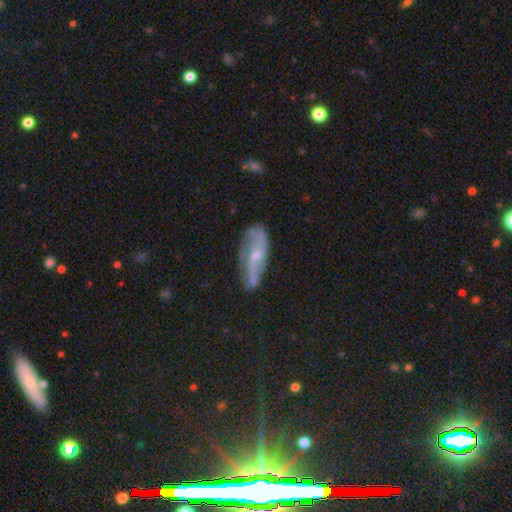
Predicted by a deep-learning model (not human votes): Smooth or featured? featured or disk (68%)
Edge-on disk? no (86%)
Bar? no (50%)
Spiral arms? yes (88%)
Spiral winding? loose (41%)
Spiral arm count? 2 (69%)
Bulge size? small (63%)
Merging? none (62%)